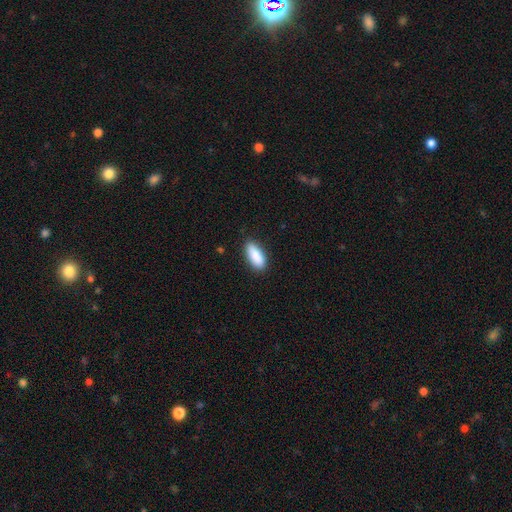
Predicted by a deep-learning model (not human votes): This appears to be a smooth galaxy with no disk features (89%) that is in between round and cigar-shaped (79%). Merging: none (87%).